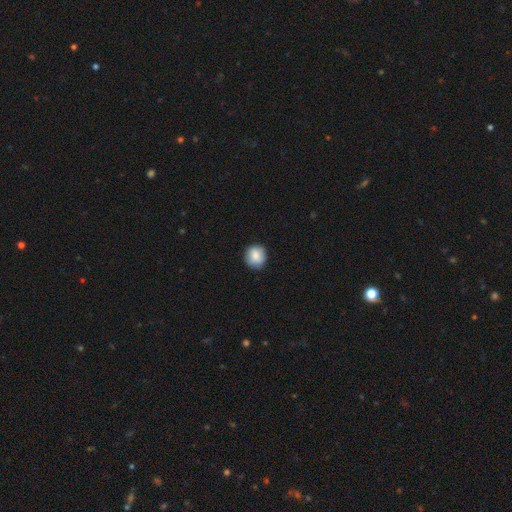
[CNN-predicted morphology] smooth_or_featured: smooth (p=0.85) [alt: featured or disk p=0.08]
how_rounded: round (p=0.90) [alt: in between p=0.09]
merging: none (p=0.87) [alt: minor disturbance p=0.10]